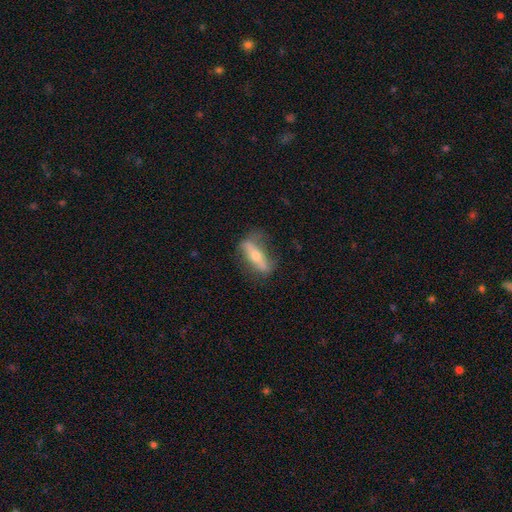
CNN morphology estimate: type=featured or disk (57%); edge-on=yes (57%); merging=none (71%).